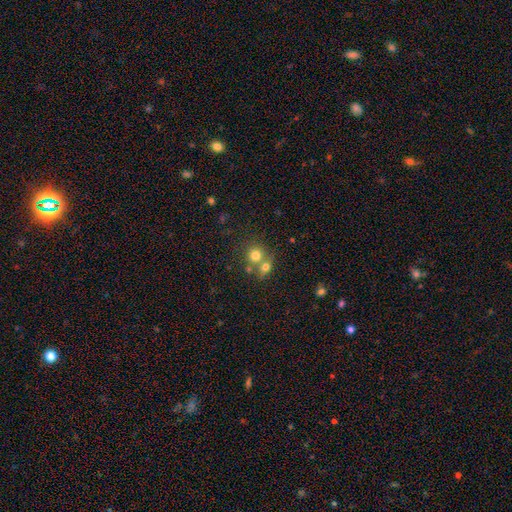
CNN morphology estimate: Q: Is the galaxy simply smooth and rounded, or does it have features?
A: smooth — 76%.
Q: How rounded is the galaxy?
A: round — 84%.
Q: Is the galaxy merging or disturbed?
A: merger — 46%.